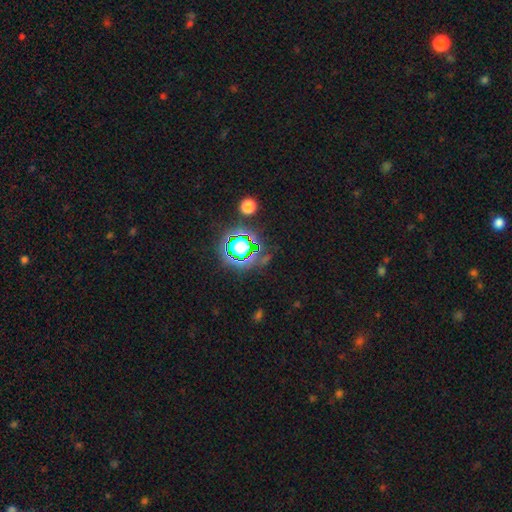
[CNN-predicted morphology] This is likely a star or artifact rather than a galaxy (79%).